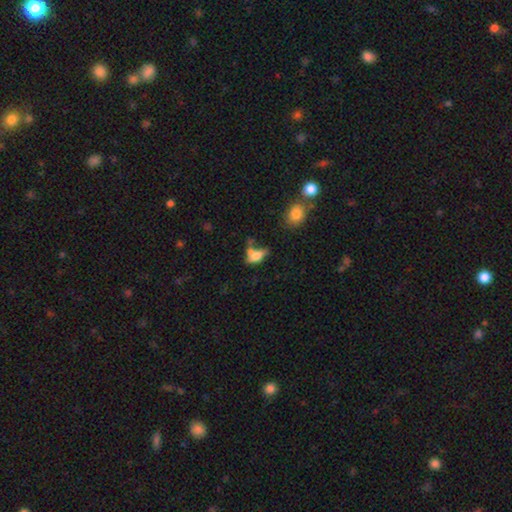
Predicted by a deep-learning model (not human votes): A smooth galaxy with no disk features (65%) that is in between round and cigar-shaped (77%).

Vote fractions:
- Smooth or featured? smooth: 65% / featured or disk: 24% / star or artifact: 11%
- How rounded? in between: 77% / cigar-shaped: 17% / round: 6%
- Merging? merger: 35% / none: 34% / minor disturbance: 18% / major disturbance: 13%